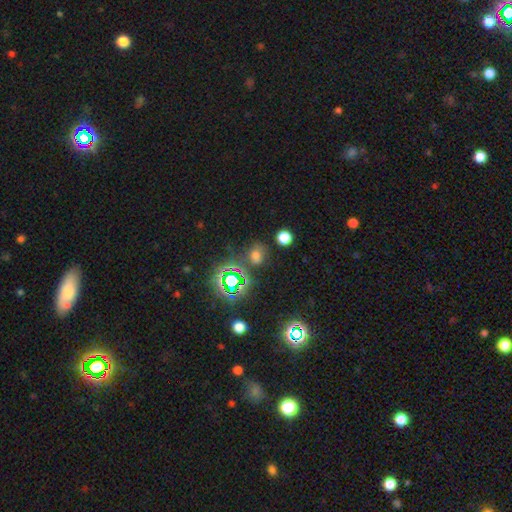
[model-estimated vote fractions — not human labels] Q: Smooth or featured?
A: smooth (56%); runner-up: star or artifact (37%)
Q: How rounded?
A: round (58%); runner-up: in between (41%)
Q: Merging?
A: none (72%); runner-up: minor disturbance (15%)